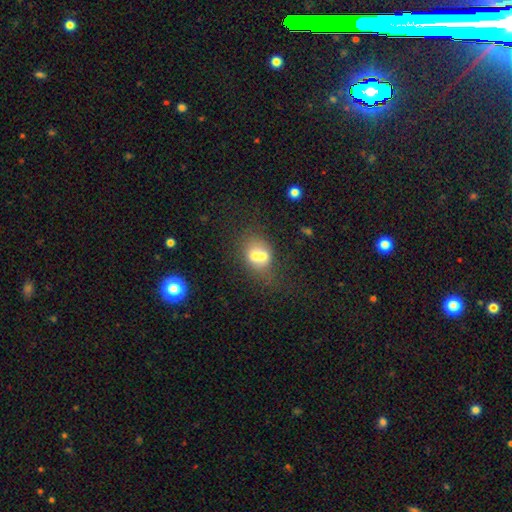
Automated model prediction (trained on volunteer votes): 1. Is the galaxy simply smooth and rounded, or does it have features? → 60% smooth, 28% featured or disk, 11% star or artifact.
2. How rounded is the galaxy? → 56% round, 43% in between, 1% cigar-shaped.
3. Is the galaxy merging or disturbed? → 63% merger, 24% none, 8% minor disturbance, 4% major disturbance.